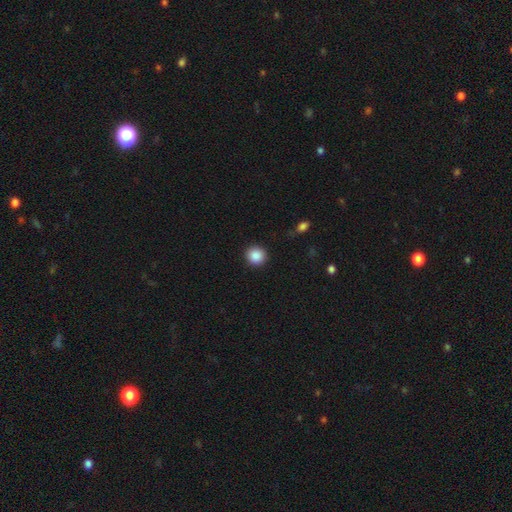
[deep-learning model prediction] Q: Smooth or featured?
A: smooth (88%); runner-up: star or artifact (9%)
Q: How rounded?
A: round (92%); runner-up: in between (7%)
Q: Merging?
A: none (91%); runner-up: minor disturbance (6%)